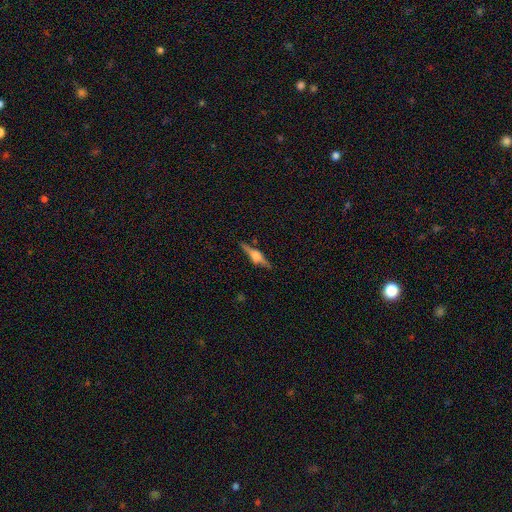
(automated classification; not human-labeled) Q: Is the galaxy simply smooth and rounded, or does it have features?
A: featured or disk — 75%.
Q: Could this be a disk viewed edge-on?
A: yes — 97%.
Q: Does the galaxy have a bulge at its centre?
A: rounded — 81%.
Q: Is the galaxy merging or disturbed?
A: none — 86%.